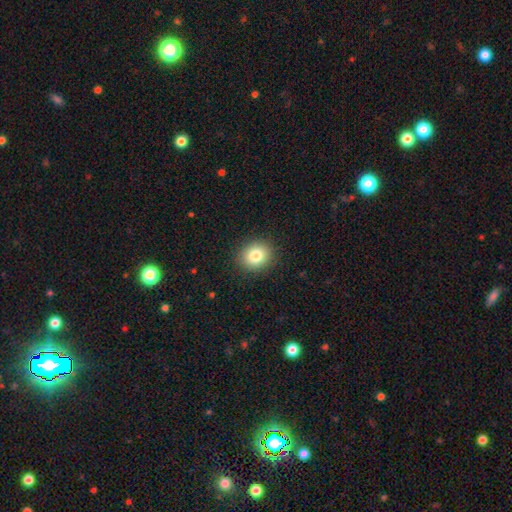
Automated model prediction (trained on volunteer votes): smooth-or-featured: smooth: 83% | star or artifact: 10% | featured or disk: 7%
  how-rounded: round: 72% | in between: 27% | cigar-shaped: 1%
  merging: none: 90% | minor disturbance: 7% | major disturbance: 2% | merger: 1%